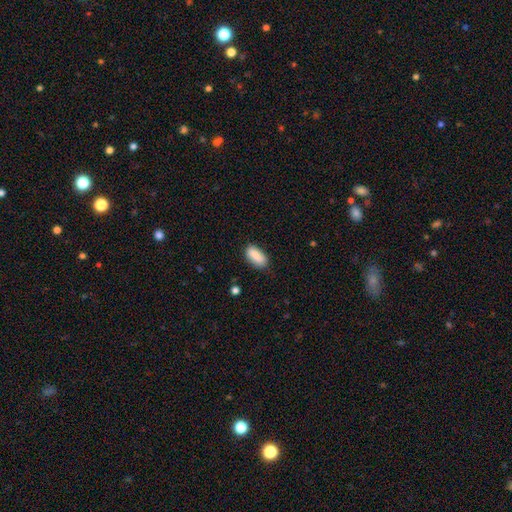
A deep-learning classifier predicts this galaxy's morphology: type=smooth (88%); roundness=in between (91%); merging=none (80%).